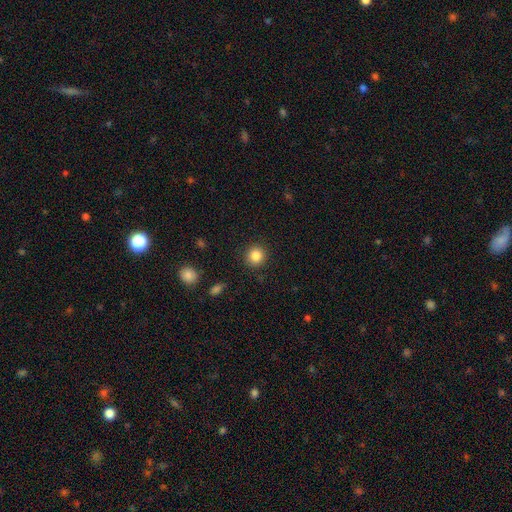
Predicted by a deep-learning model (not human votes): A smooth galaxy with no disk features (85%) that is round (92%).

Vote fractions:
- Smooth or featured? smooth: 85% / star or artifact: 10% / featured or disk: 5%
- How rounded? round: 92% / in between: 7% / cigar-shaped: 1%
- Merging? none: 91% / minor disturbance: 6% / major disturbance: 2% / merger: 1%